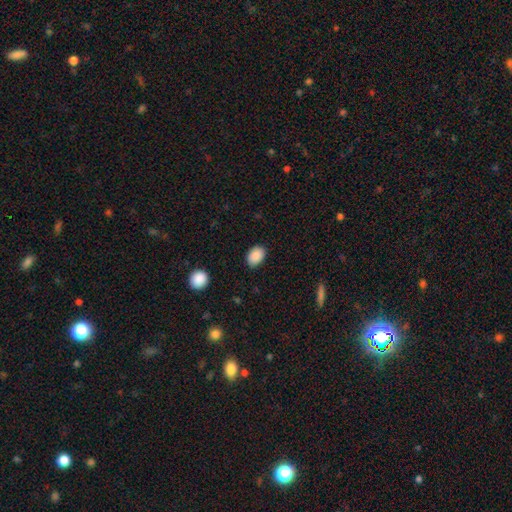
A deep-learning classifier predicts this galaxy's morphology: A smooth galaxy with no disk features (88%) that is in between round and cigar-shaped (80%).

Vote fractions:
- Smooth or featured? smooth: 88% / star or artifact: 8% / featured or disk: 4%
- How rounded? in between: 80% / round: 19% / cigar-shaped: 1%
- Merging? none: 86% / minor disturbance: 10% / major disturbance: 2% / merger: 1%